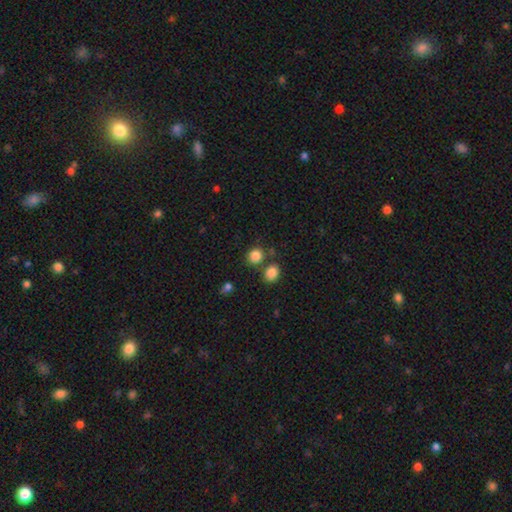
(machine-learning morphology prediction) Smooth or featured? smooth (85%)
How rounded? round (82%)
Merging? none (70%)